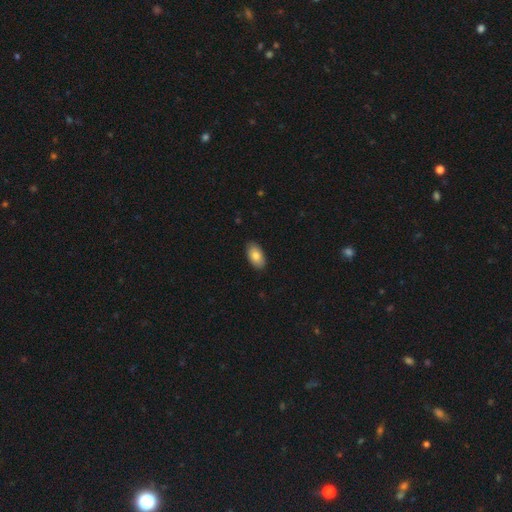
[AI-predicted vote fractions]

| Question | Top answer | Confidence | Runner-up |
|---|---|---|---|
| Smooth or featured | smooth | 82% | featured or disk (11%) |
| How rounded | in between | 95% | round (3%) |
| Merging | none | 87% | minor disturbance (10%) |